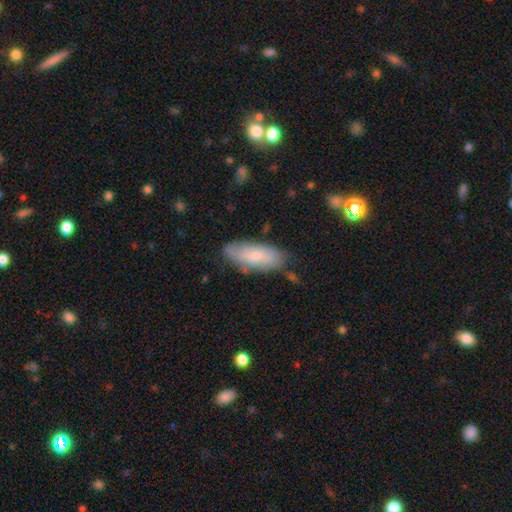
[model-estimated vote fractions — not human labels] Smooth or featured? Predicted: smooth (p=0.66). How rounded? Predicted: in between (p=0.79). Merging? Predicted: none (p=0.73).